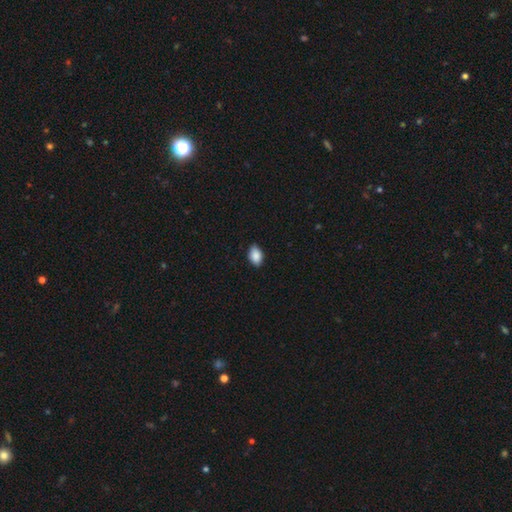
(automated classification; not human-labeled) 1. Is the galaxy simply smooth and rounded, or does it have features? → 89% smooth, 7% star or artifact, 4% featured or disk.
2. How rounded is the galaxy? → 90% in between, 8% round, 1% cigar-shaped.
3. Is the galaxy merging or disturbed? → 87% none, 10% minor disturbance, 2% major disturbance, 1% merger.